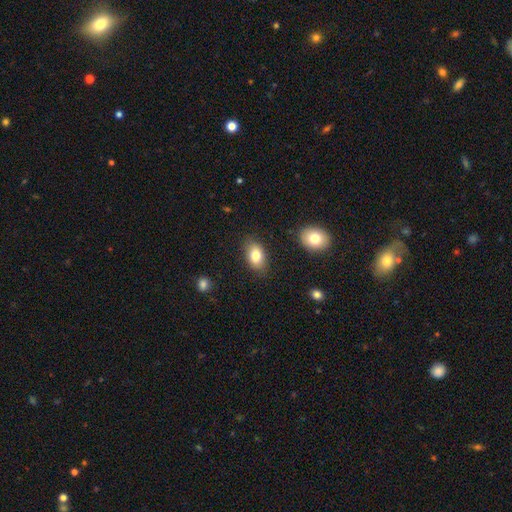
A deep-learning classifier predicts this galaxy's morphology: smooth_or_featured: smooth (p=0.80) [alt: featured or disk p=0.12]
how_rounded: in between (p=0.90) [alt: round p=0.08]
merging: none (p=0.84) [alt: minor disturbance p=0.12]